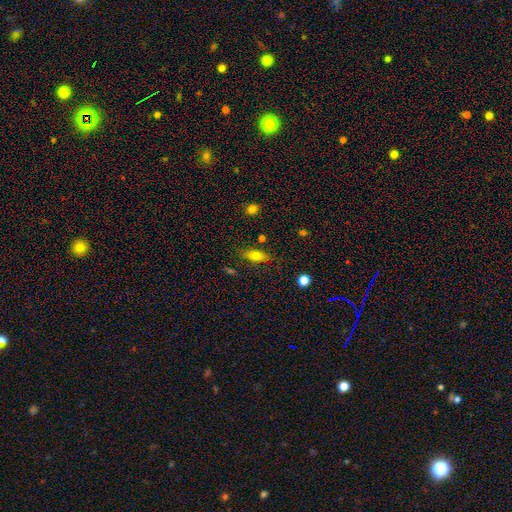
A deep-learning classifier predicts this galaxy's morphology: Overall: smooth (72%). How rounded: in between (68%). Merging: none (80%).